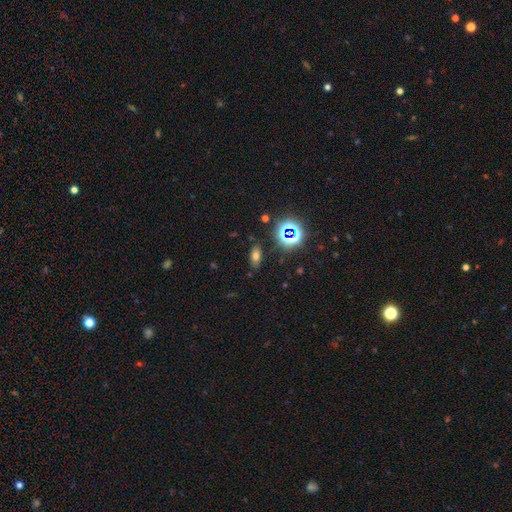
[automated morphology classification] A smooth galaxy with no disk features (62%) that is in between round and cigar-shaped (83%). Merging: none (84%).